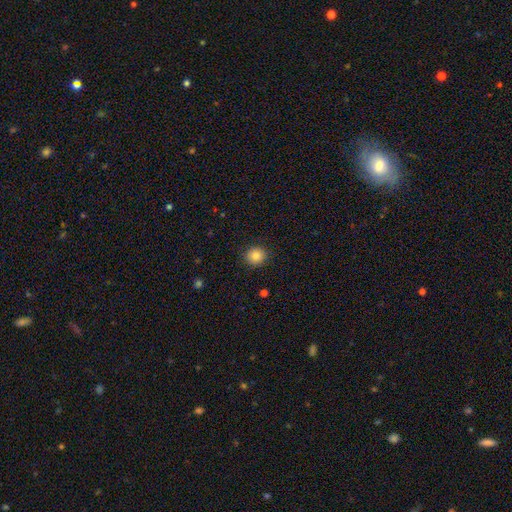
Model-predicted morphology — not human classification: type=smooth (84%); roundness=round (84%); merging=none (90%).